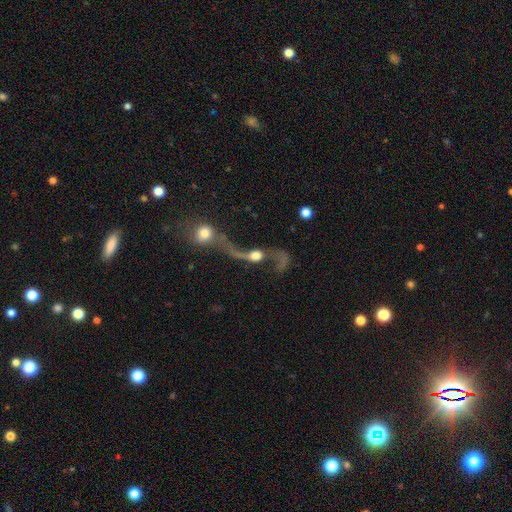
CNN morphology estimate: A featured or disk galaxy (70%) with no bar (68%), 2 (84%) loose (94%) spiral arms (81%) and a moderate central bulge (43%).

Vote fractions:
- Smooth or featured? featured or disk: 70% / smooth: 21% / star or artifact: 10%
- Edge-on disk? no: 90% / yes: 10%
- Bar? no: 68% / weak: 24% / strong: 8%
- Spiral arms? yes: 81% / no: 19%
- Spiral winding? loose: 94% / medium: 5% / tight: 2%
- Spiral arm count? 2: 84% / 1: 10% / can't tell: 2% / 3: 1% / 4: 1% / more than 4: 1%
- Bulge size? moderate: 43% / large: 33% / small: 12% / dominant: 7% / none: 5%
- Merging? merger: 50% / major disturbance: 24% / none: 18% / minor disturbance: 8%